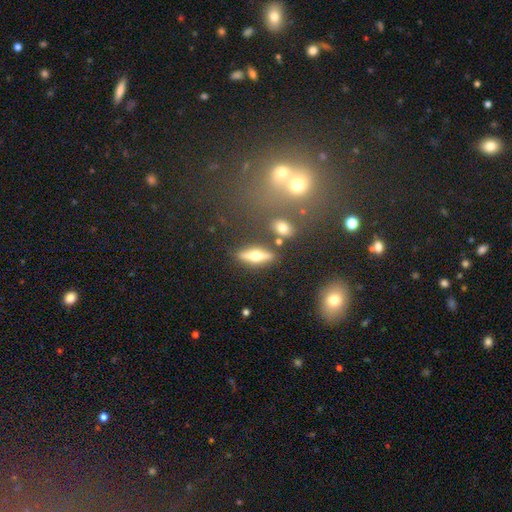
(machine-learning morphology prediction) Smooth or featured?
  - featured or disk: 56% *
  - smooth: 36%
  - star or artifact: 8%
Edge-on disk?
  - yes: 92% *
  - no: 8%
Edge-on bulge?
  - rounded: 95% *
  - boxy: 3%
  - none: 2%
Merging?
  - none: 82% *
  - minor disturbance: 10%
  - merger: 5%
  - major disturbance: 3%